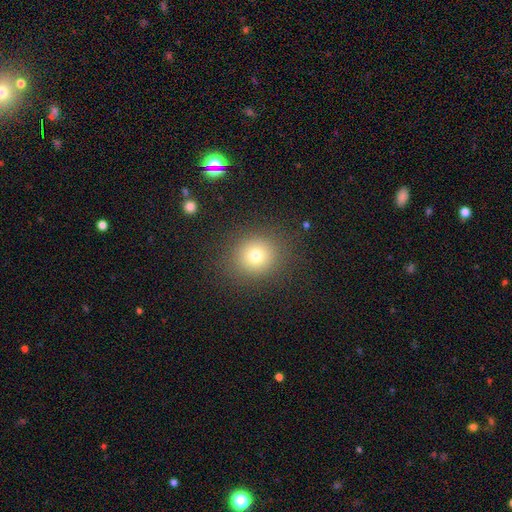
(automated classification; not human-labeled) A smooth galaxy with no disk features (74%) that is round (83%).

Vote fractions:
- Smooth or featured? smooth: 74% / star or artifact: 16% / featured or disk: 11%
- How rounded? round: 83% / in between: 16% / cigar-shaped: 1%
- Merging? none: 87% / minor disturbance: 8% / major disturbance: 4% / merger: 1%